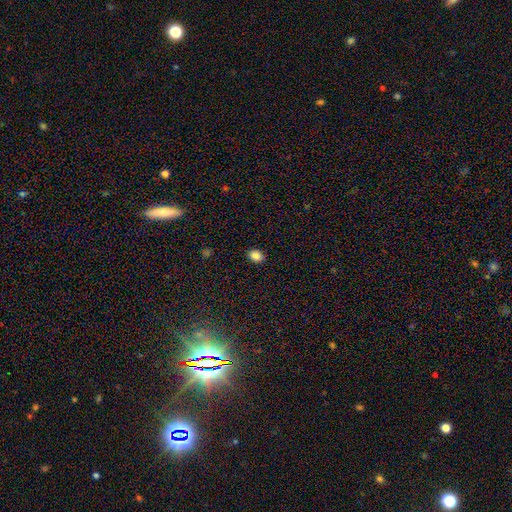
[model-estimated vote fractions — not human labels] smooth_or_featured: smooth (p=0.86) [alt: star or artifact p=0.10]
how_rounded: in between (p=0.67) [alt: round p=0.32]
merging: none (p=0.90) [alt: minor disturbance p=0.07]